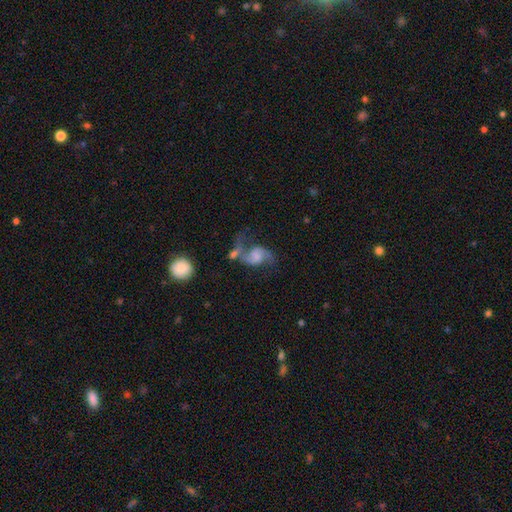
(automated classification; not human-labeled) smooth_or_featured: featured or disk (p=0.78) [alt: smooth p=0.14]
disk_edge_on: no (p=0.97) [alt: yes p=0.03]
bar: no (p=0.53) [alt: weak p=0.38]
has_spiral_arms: yes (p=0.94) [alt: no p=0.06]
spiral_winding: loose (p=0.68) [alt: medium p=0.27]
spiral_arm_count: 2 (p=0.90) [alt: 1 p=0.05]
bulge_size: small (p=0.34) [alt: none p=0.28]
merging: none (p=0.37) [alt: merger p=0.29]